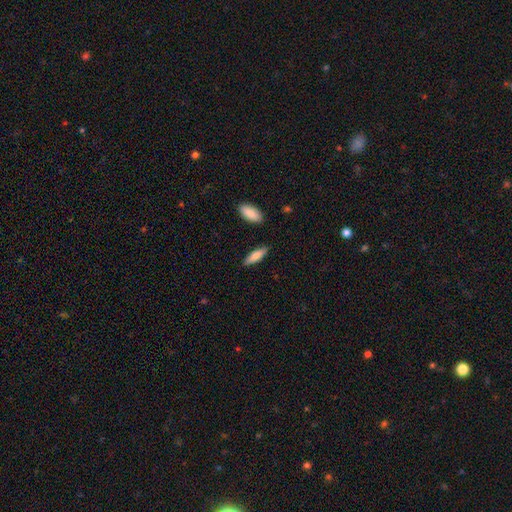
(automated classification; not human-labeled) Morphology: type=smooth (77%); roundness=cigar-shaped (53%); merging=none (85%).